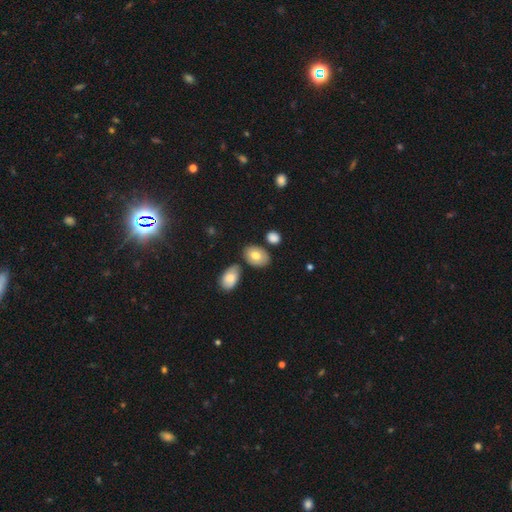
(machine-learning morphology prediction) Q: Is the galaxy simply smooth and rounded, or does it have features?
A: smooth — 75%.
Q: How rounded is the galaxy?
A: in between — 86%.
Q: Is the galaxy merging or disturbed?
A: none — 69%.